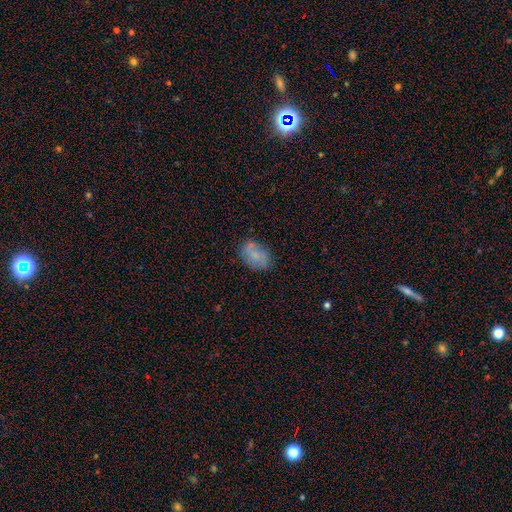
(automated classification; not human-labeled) Smooth or featured? smooth (62%)
How rounded? in between (83%)
Merging? none (69%)